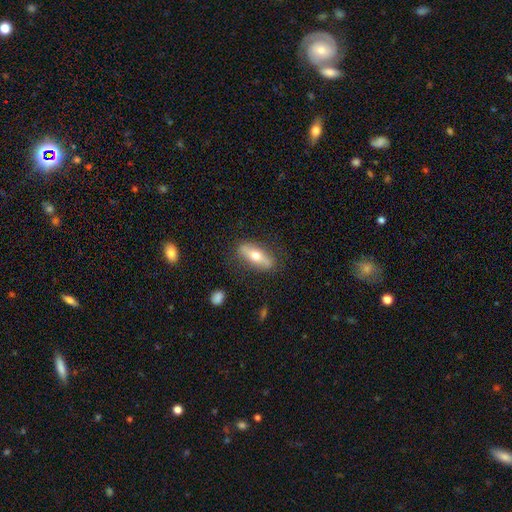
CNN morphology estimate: type=smooth (54%); roundness=in between (58%); merging=none (81%).